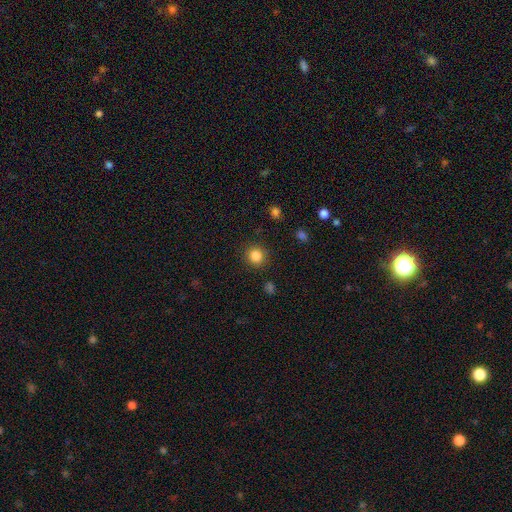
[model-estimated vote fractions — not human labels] Smooth or featured: smooth — 84% (star or artifact — 11%)
How rounded: round — 89% (in between — 10%)
Merging: none — 88% (minor disturbance — 7%)